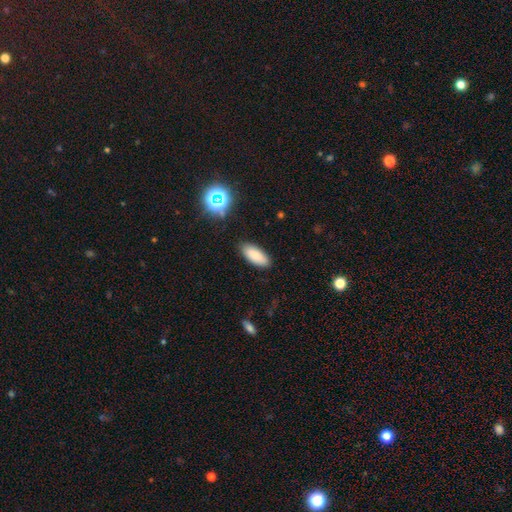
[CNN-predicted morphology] smooth-or-featured: smooth: 82% | featured or disk: 9% | star or artifact: 9%
  how-rounded: in between: 84% | cigar-shaped: 14% | round: 2%
  merging: none: 87% | minor disturbance: 9% | major disturbance: 2% | merger: 1%